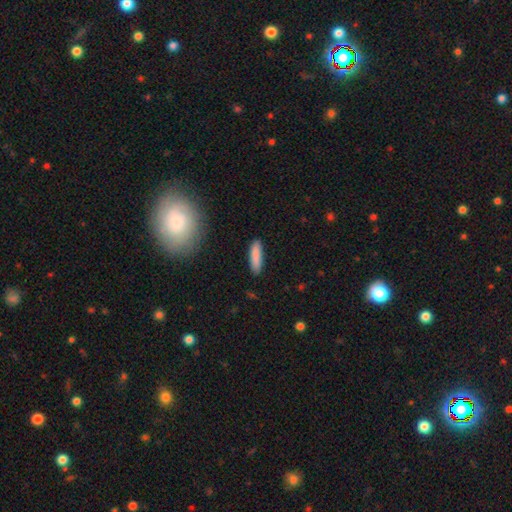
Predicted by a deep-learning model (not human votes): smooth-or-featured: smooth: 87% | star or artifact: 7% | featured or disk: 6%
  how-rounded: cigar-shaped: 65% | in between: 34% | round: 2%
  merging: none: 88% | minor disturbance: 9% | major disturbance: 2% | merger: 1%